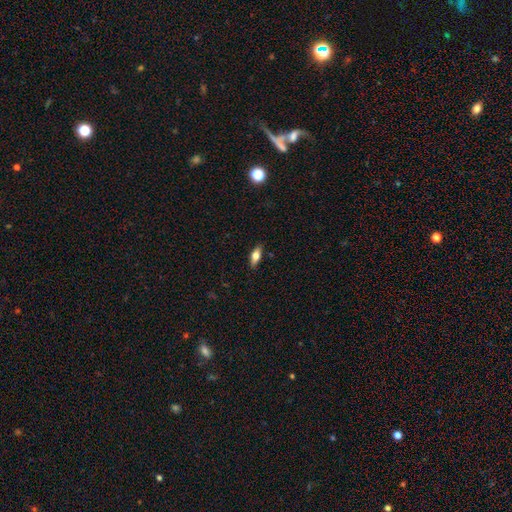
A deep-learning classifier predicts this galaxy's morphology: Smooth or featured? Predicted: smooth (p=0.65). How rounded? Predicted: in between (p=0.75). Merging? Predicted: none (p=0.85).